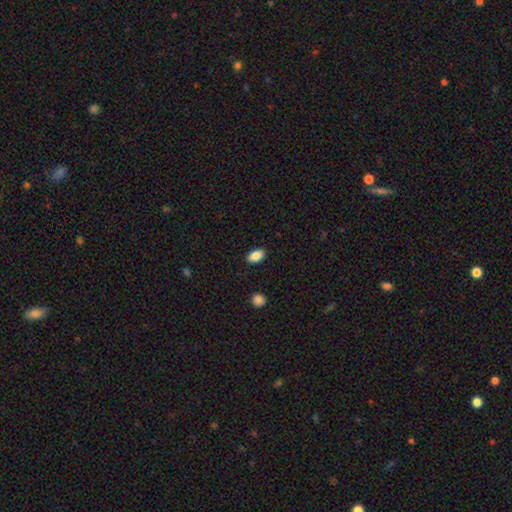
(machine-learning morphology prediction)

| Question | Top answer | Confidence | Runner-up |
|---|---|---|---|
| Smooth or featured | smooth | 86% | star or artifact (8%) |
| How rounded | in between | 92% | round (5%) |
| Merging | none | 89% | minor disturbance (8%) |